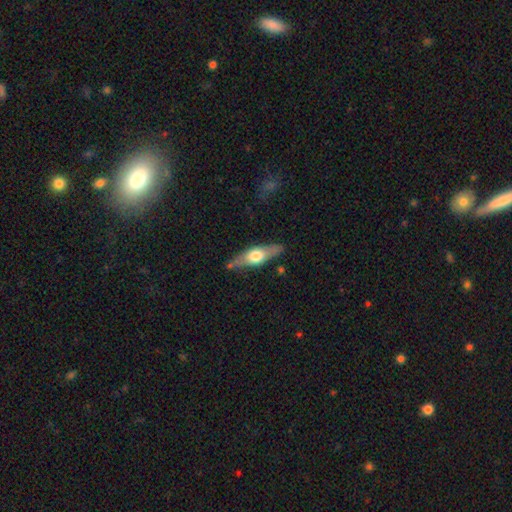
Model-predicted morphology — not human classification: Q: Smooth or featured?
A: featured or disk (56%); runner-up: smooth (39%)
Q: Edge-on disk?
A: yes (88%); runner-up: no (12%)
Q: Merging?
A: none (79%); runner-up: minor disturbance (14%)